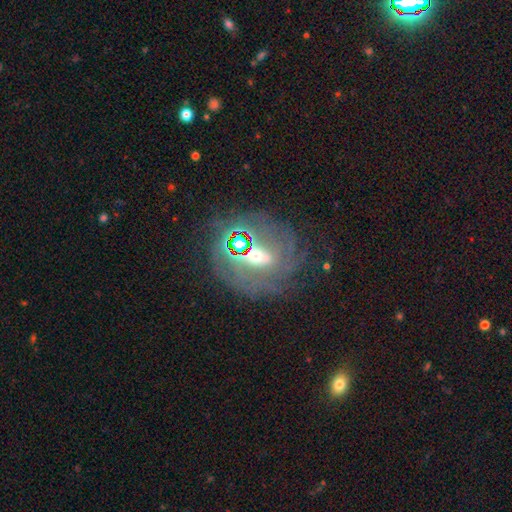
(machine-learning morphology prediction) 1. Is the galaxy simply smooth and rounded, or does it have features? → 58% featured or disk, 24% star or artifact, 18% smooth.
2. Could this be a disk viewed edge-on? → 90% no, 10% yes.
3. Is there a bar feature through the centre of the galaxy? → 42% no, 31% strong, 28% weak.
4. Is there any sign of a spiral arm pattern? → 59% yes, 41% no.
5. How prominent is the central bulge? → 54% moderate, 31% small, 9% large, 3% dominant, 2% none.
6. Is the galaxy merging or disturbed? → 61% none, 16% minor disturbance, 16% major disturbance, 7% merger.